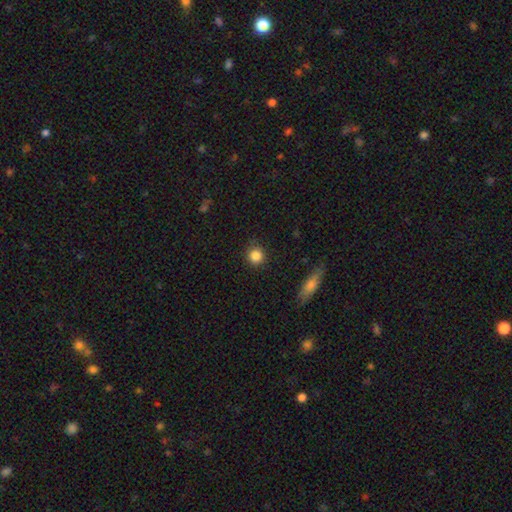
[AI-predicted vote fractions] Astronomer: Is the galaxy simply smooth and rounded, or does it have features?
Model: smooth — 85%.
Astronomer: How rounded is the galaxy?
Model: round — 92%.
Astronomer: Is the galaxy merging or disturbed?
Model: none — 88%.